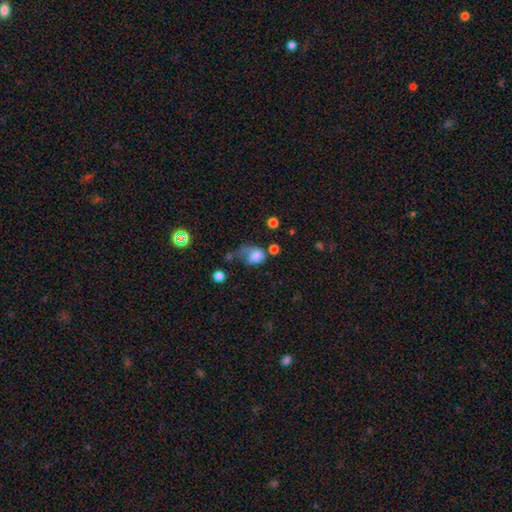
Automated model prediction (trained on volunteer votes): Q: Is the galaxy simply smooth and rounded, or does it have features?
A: smooth — 69%.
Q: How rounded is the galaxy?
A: in between — 60%.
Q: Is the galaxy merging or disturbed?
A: major disturbance — 43%.